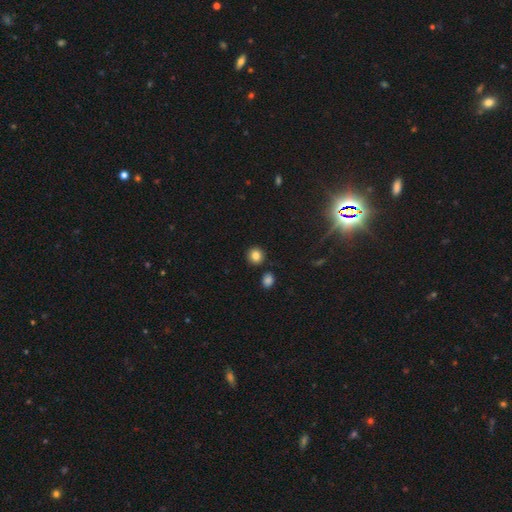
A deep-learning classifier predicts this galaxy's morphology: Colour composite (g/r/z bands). It shows a smooth galaxy with no disk features (83%) that is round (88%). Merging: none (87%).